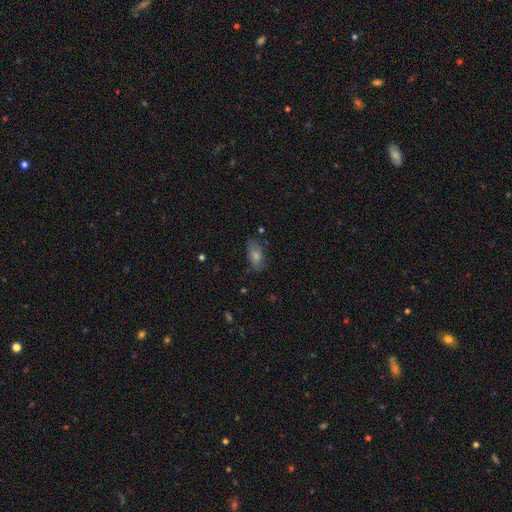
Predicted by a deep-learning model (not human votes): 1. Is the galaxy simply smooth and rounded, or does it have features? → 49% smooth, 32% featured or disk, 19% star or artifact.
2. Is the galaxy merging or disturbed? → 72% none, 20% minor disturbance, 6% major disturbance, 2% merger.